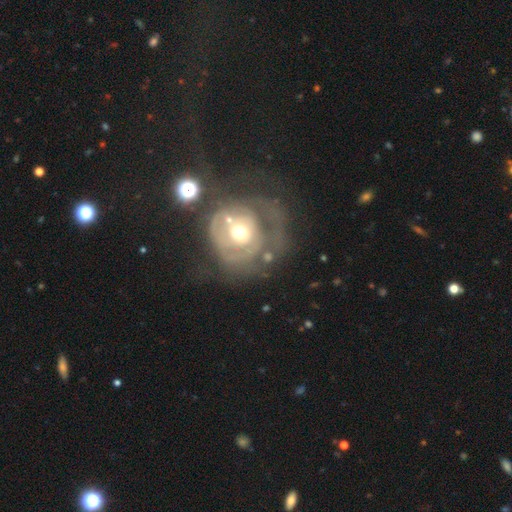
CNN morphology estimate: featured or disk 68%, smooth 18%, star or artifact 14%. Down the decision tree: edge-on disk — no (95%); bar — no (63%); spiral arms — yes (61%); bulge size — moderate (59%); merging — none (49%).